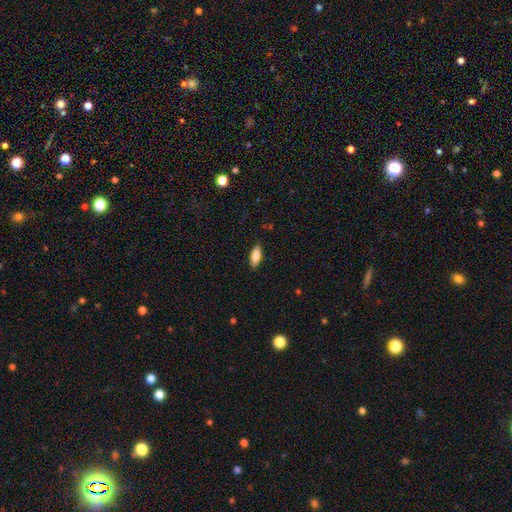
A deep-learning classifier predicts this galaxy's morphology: A smooth galaxy with no disk features (77%) that is in between round and cigar-shaped (71%). Merging: none (88%).